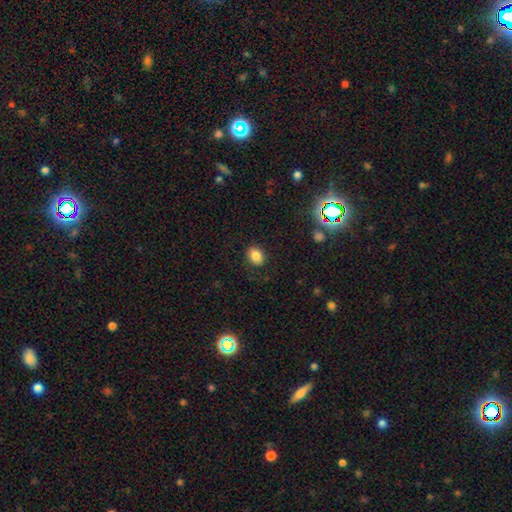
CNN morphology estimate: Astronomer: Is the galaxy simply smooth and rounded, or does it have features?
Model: smooth — 83%.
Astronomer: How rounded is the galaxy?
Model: in between — 61% (runner-up: round, 38%).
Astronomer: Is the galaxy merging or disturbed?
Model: none — 87%.